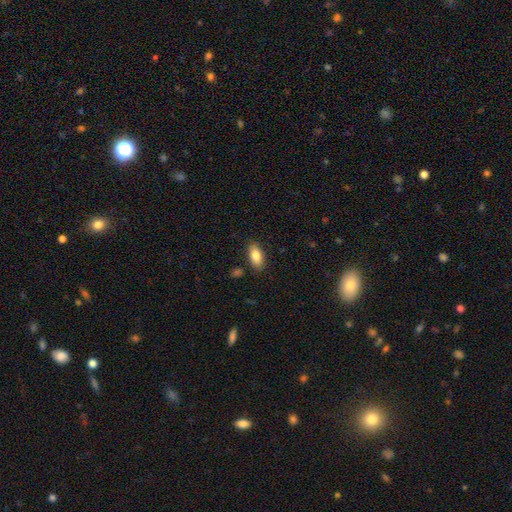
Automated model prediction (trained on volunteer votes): A smooth galaxy with no disk features (84%) that is in between round and cigar-shaped (90%).

Vote fractions:
- Smooth or featured? smooth: 84% / featured or disk: 9% / star or artifact: 7%
- How rounded? in between: 90% / cigar-shaped: 7% / round: 3%
- Merging? none: 86% / minor disturbance: 10% / major disturbance: 2% / merger: 2%